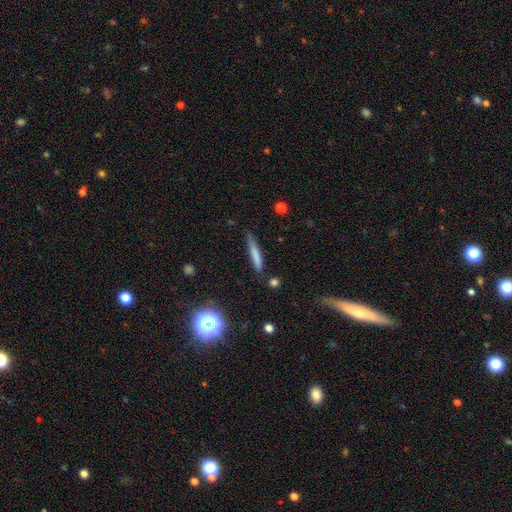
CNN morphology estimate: Smooth or featured? smooth (72%)
How rounded? cigar-shaped (92%)
Merging? none (73%)